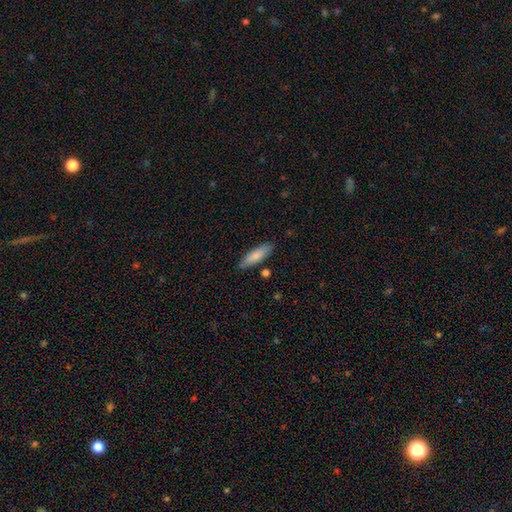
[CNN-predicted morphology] smooth_or_featured: smooth (p=0.79) [alt: featured or disk p=0.15]
how_rounded: cigar-shaped (p=0.50) [alt: in between p=0.48]
merging: none (p=0.82) [alt: minor disturbance p=0.13]